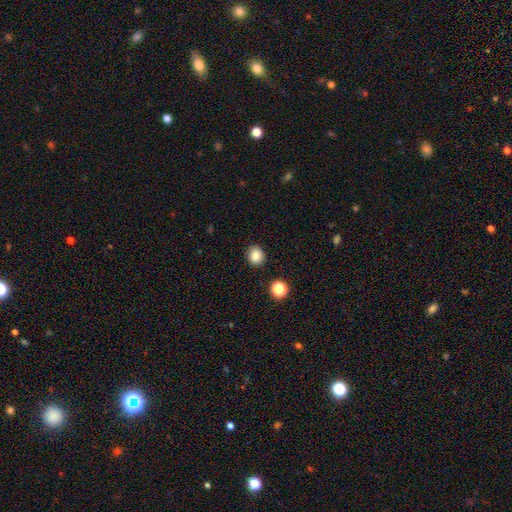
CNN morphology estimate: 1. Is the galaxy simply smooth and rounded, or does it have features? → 83% smooth, 12% star or artifact, 5% featured or disk.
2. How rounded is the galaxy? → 82% round, 17% in between, 1% cigar-shaped.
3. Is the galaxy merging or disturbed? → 90% none, 6% minor disturbance, 2% major disturbance, 2% merger.